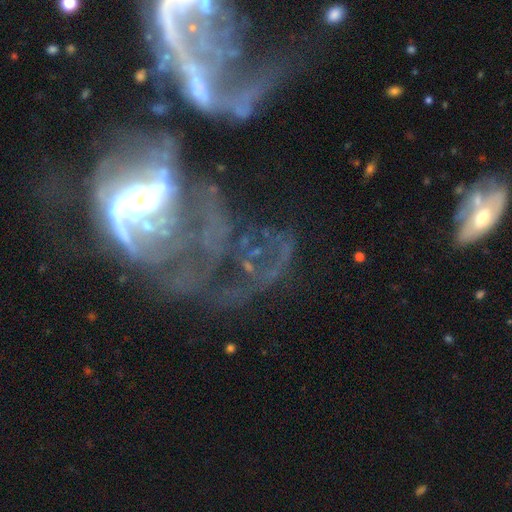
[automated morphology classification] Smooth or featured: featured or disk — 71% (star or artifact — 18%)
Edge-on disk: no — 95% (yes — 5%)
Bar: no — 58% (weak — 25%)
Spiral arms: yes — 59% (no — 41%)
Bulge size: moderate — 30% (none — 29%)
Merging: merger — 42% (major disturbance — 36%)